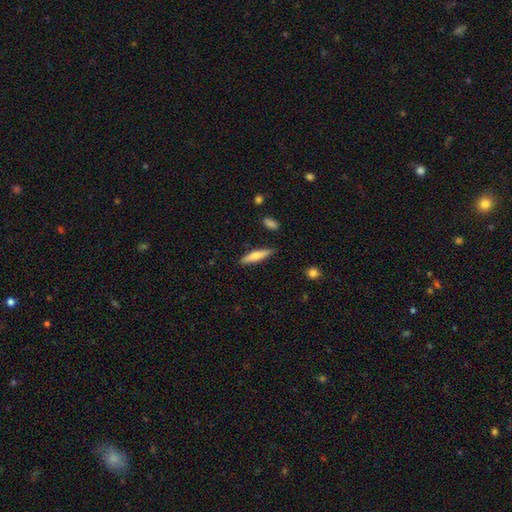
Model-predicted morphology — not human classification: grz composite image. It shows a smooth galaxy with no disk features (60%) that is cigar-shaped (80%). Merging: none (85%).